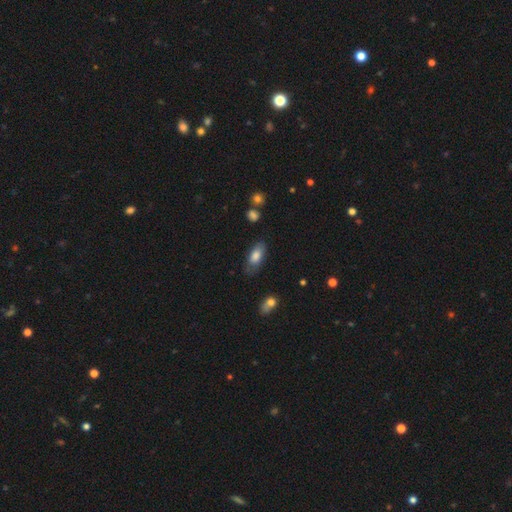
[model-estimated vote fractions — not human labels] Smooth or featured?
  - smooth: 77% *
  - featured or disk: 16%
  - star or artifact: 7%
How rounded?
  - in between: 85% *
  - cigar-shaped: 12%
  - round: 3%
Merging?
  - none: 69% *
  - minor disturbance: 22%
  - major disturbance: 6%
  - merger: 3%